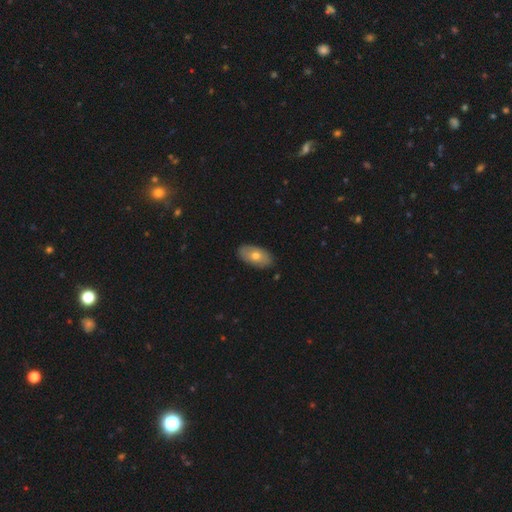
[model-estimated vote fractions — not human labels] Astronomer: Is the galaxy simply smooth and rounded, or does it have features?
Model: smooth — 67%.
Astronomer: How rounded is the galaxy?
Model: in between — 93%.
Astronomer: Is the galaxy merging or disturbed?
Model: none — 87%.